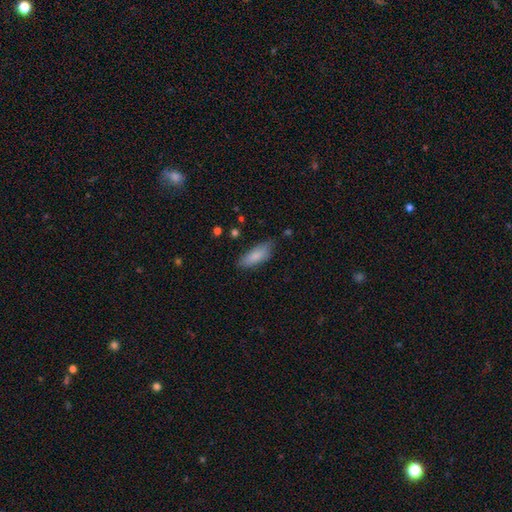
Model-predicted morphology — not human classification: Smooth or featured? Predicted: smooth (p=0.84). How rounded? Predicted: in between (p=0.69). Merging? Predicted: none (p=0.74).